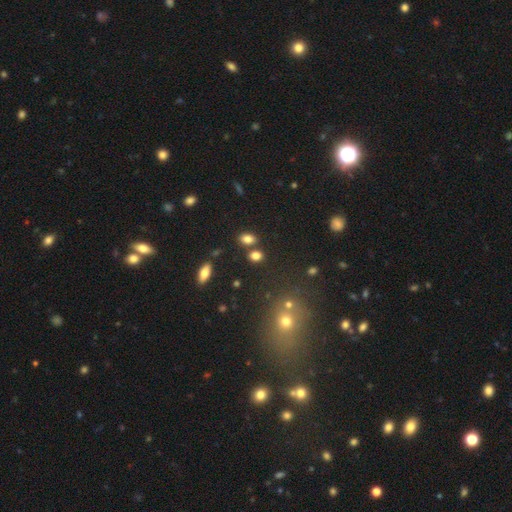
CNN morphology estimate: Overall: smooth (80%). How rounded: in between (69%). Merging: none (69%).